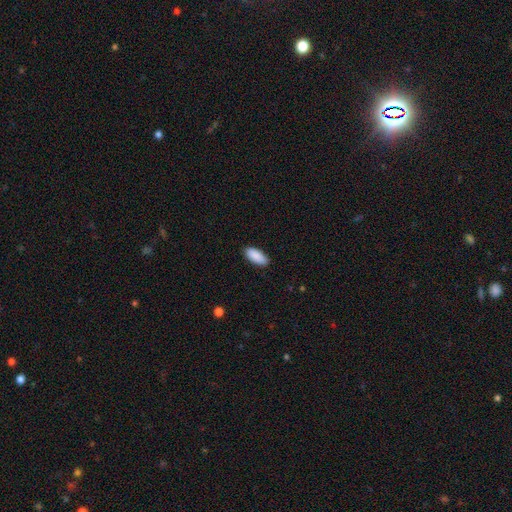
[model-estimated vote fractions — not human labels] smooth_or_featured: smooth (p=0.91) [alt: star or artifact p=0.06]
how_rounded: in between (p=0.87) [alt: cigar-shaped p=0.11]
merging: none (p=0.88) [alt: minor disturbance p=0.09]